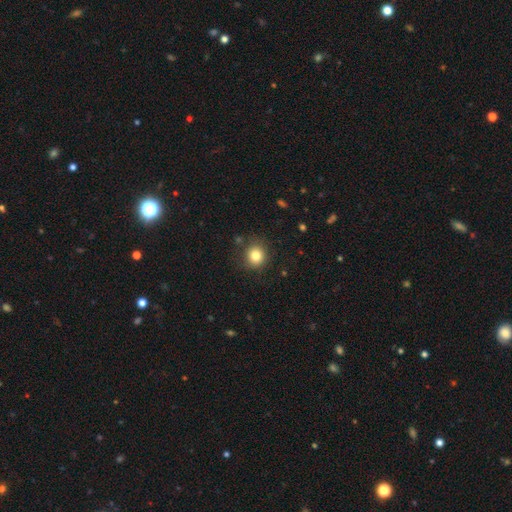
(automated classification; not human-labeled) A smooth galaxy with no disk features (81%) that is round (87%).

Vote fractions:
- Smooth or featured? smooth: 81% / star or artifact: 12% / featured or disk: 7%
- How rounded? round: 87% / in between: 12% / cigar-shaped: 1%
- Merging? none: 85% / minor disturbance: 10% / major disturbance: 3% / merger: 2%